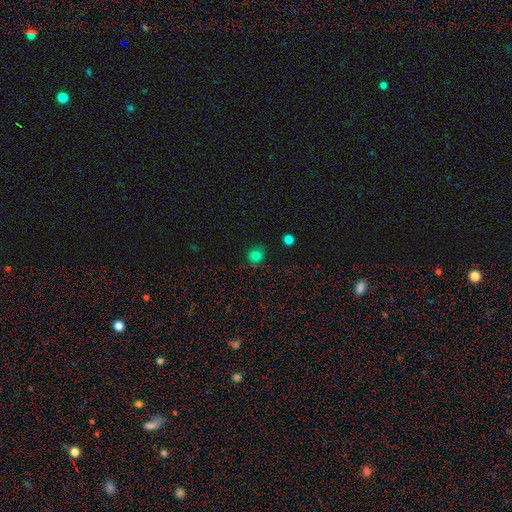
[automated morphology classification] smooth_or_featured: smooth (p=0.80) [alt: star or artifact p=0.15]
how_rounded: round (p=0.85) [alt: in between p=0.14]
merging: none (p=0.81) [alt: minor disturbance p=0.13]